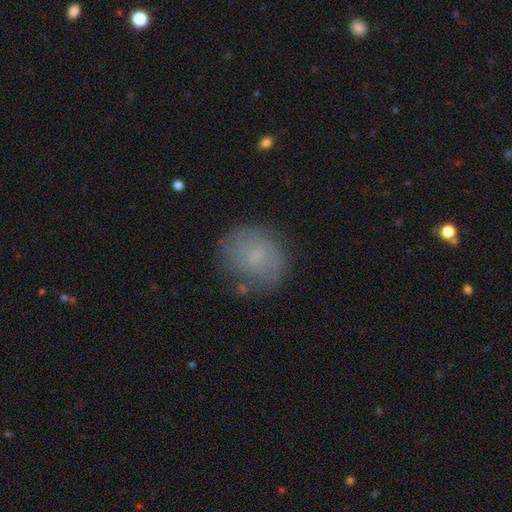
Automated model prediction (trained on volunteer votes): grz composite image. It shows a smooth galaxy with no disk features (59%) that is round (74%). Merging: none (75%).